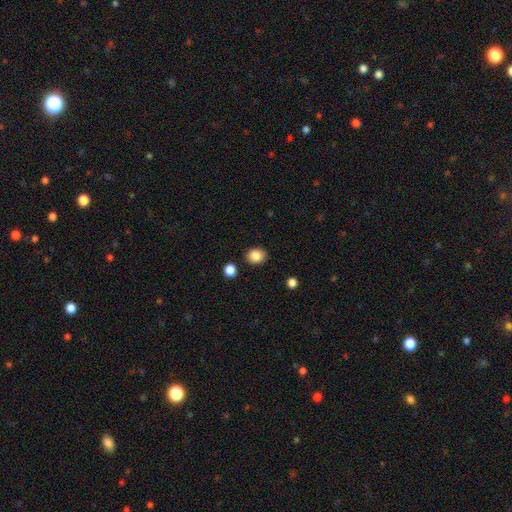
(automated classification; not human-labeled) The model was most divided on "how rounded": round: 60%, in between: 39%, cigar-shaped: 1%. More confident: merging — none (86%); smooth or featured — smooth (86%).